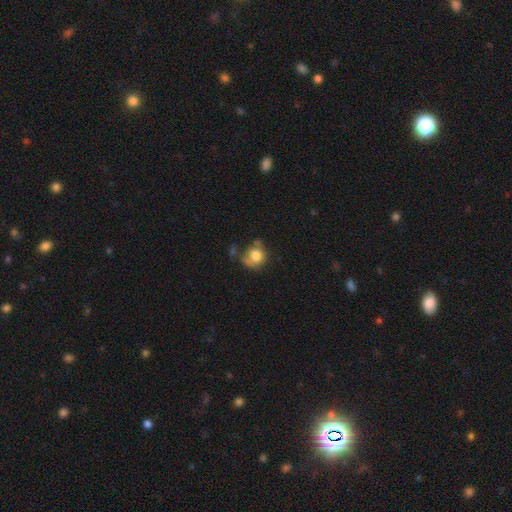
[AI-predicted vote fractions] Overall: smooth (73%). How rounded: round (73%). Merging: none (40%; minor disturbance 26%).